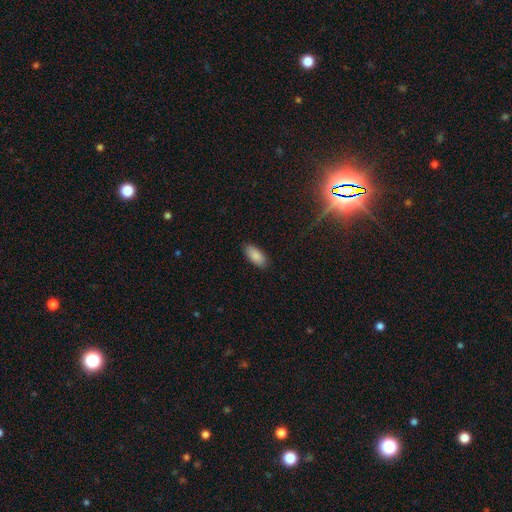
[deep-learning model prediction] A smooth galaxy with no disk features (88%) that is in between round and cigar-shaped (91%). Merging: none (88%).